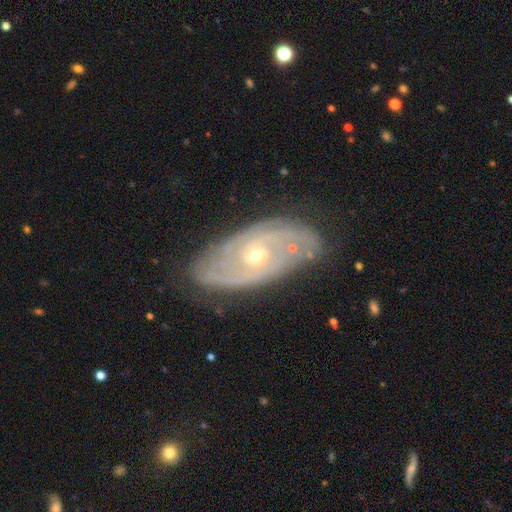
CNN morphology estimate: Smooth or featured? Predicted: featured or disk (p=0.85). Edge-on disk? Predicted: no (p=0.92). Bar? Predicted: no (p=0.66). Spiral arms? Predicted: yes (p=0.94). Spiral winding? Predicted: tight (p=0.63). Spiral arm count? Predicted: 2 (p=0.43). Bulge size? Predicted: small (p=0.58). Merging? Predicted: none (p=0.79).